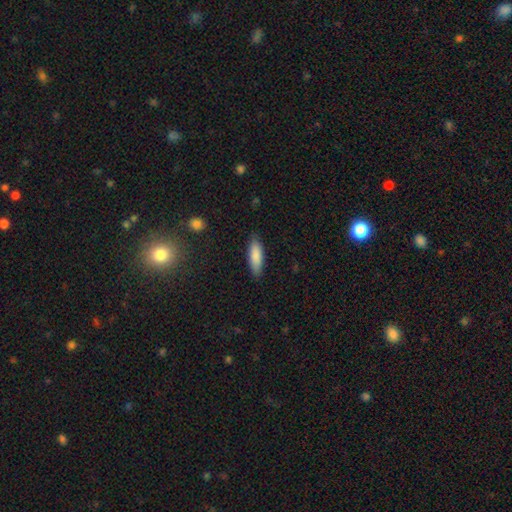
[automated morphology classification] This is clearly a smooth galaxy (85%). How rounded: possibly in between (55%). Merging: clearly none (84%).